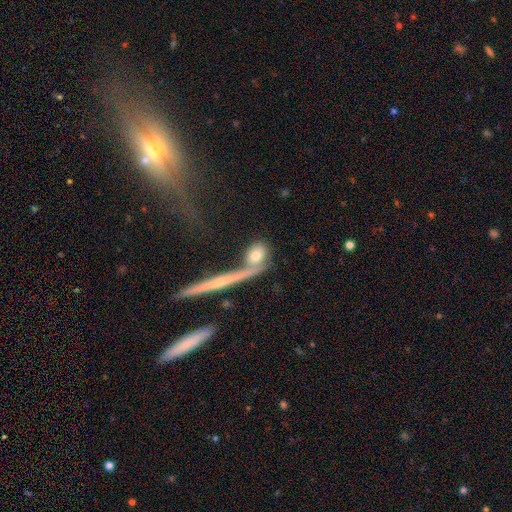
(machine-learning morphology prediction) type=smooth (68%); roundness=round (48%); merging=none (56%).